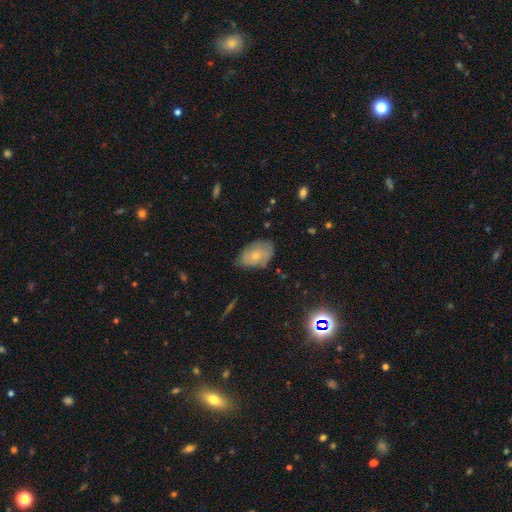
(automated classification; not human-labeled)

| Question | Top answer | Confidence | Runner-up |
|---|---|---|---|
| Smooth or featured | smooth | 57% | featured or disk (35%) |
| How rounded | in between | 88% | round (10%) |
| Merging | none | 67% | minor disturbance (26%) |